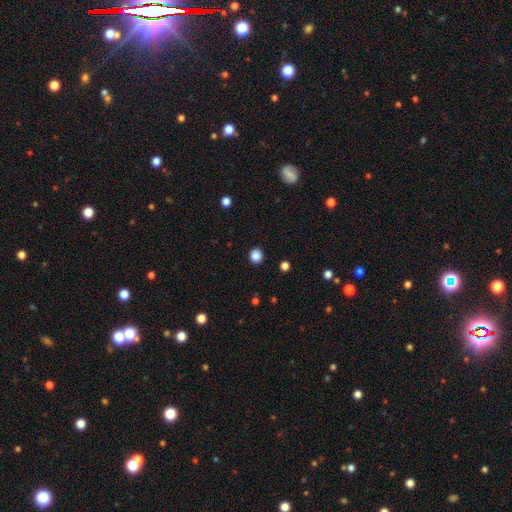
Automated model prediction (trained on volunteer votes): This is clearly a smooth galaxy (86%). How rounded: clearly round (91%). Merging: clearly none (92%).